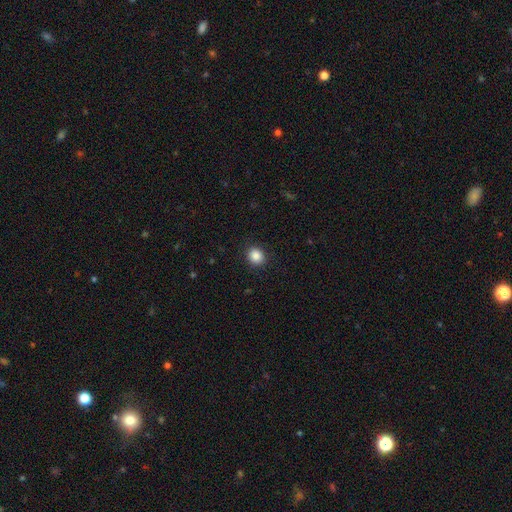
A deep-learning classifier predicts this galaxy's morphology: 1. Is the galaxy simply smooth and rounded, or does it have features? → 86% smooth, 10% star or artifact, 4% featured or disk.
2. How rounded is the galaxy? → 77% round, 22% in between, 1% cigar-shaped.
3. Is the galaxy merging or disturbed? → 90% none, 7% minor disturbance, 2% major disturbance, 1% merger.